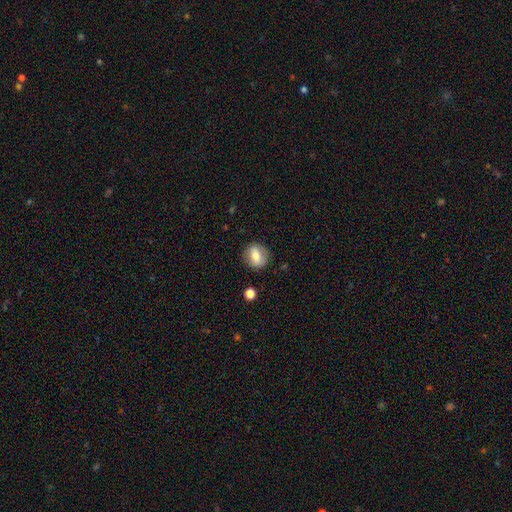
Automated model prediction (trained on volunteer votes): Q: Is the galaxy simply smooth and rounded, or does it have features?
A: smooth — 68%.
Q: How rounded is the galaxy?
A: round — 60%.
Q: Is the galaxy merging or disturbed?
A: none — 83%.